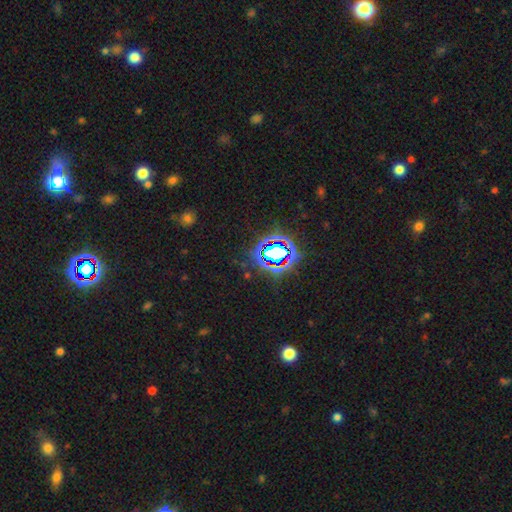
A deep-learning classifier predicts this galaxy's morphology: This appears to be a star or artifact, not a galaxy (80%).